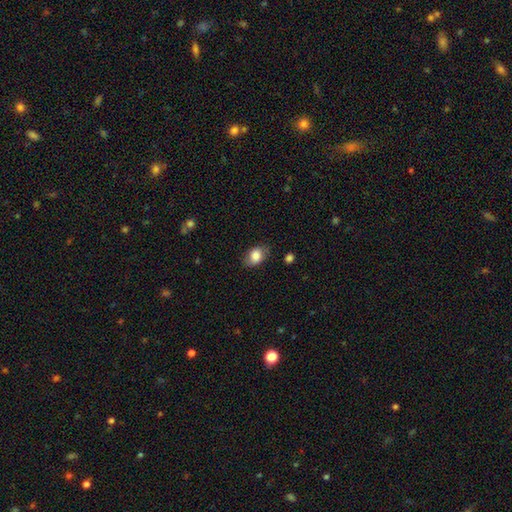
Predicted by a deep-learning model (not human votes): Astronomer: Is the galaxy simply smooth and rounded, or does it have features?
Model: smooth — 82%.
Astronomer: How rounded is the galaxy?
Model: in between — 74%.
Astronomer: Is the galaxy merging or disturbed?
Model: none — 76%.